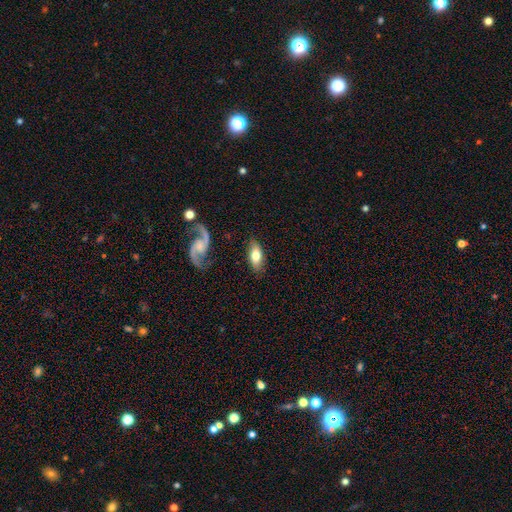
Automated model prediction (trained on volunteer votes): smooth_or_featured: smooth (p=0.62) [alt: featured or disk p=0.32]
how_rounded: in between (p=0.85) [alt: cigar-shaped p=0.12]
merging: none (p=0.80) [alt: minor disturbance p=0.14]